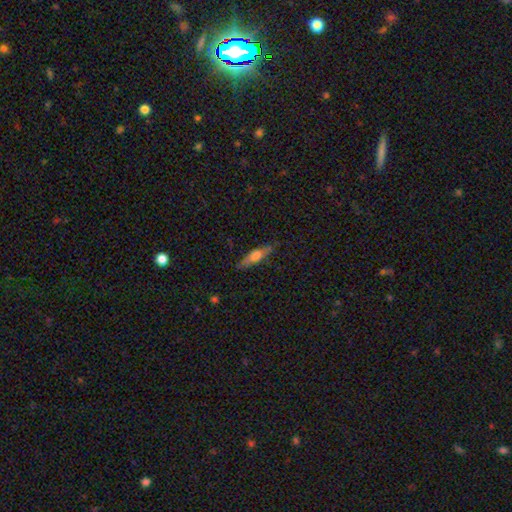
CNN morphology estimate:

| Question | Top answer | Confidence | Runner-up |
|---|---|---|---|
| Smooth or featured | smooth | 57% | featured or disk (36%) |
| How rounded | cigar-shaped | 68% | in between (30%) |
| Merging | none | 82% | minor disturbance (14%) |